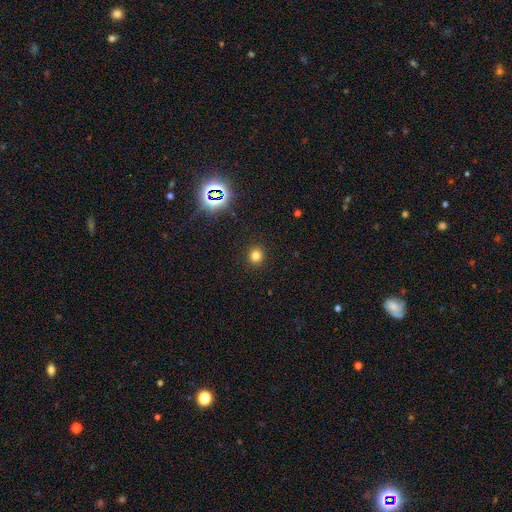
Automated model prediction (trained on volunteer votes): Morphology: type=smooth (77%); roundness=round (91%); merging=none (91%).